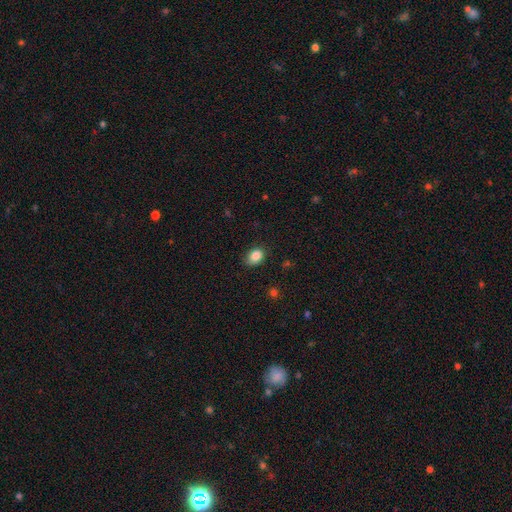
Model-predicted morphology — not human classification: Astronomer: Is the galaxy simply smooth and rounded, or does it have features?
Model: smooth — 86%.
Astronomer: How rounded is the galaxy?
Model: in between — 66%.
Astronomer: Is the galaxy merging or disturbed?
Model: none — 78%.